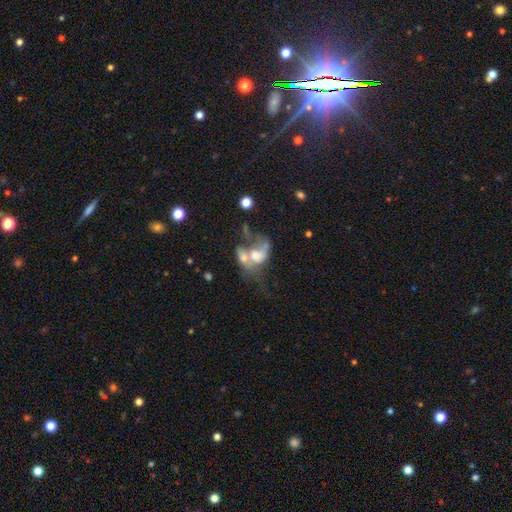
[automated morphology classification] smooth-or-featured: featured or disk: 52% | smooth: 37% | star or artifact: 11%
  disk-edge-on: no: 96% | yes: 4%
  merging: merger: 60% | major disturbance: 22% | none: 11% | minor disturbance: 7%